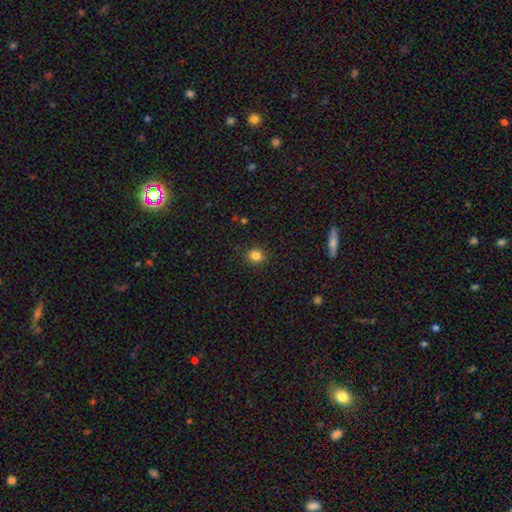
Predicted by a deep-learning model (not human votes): Smooth or featured? Predicted: smooth (p=0.83). How rounded? Predicted: round (p=0.87). Merging? Predicted: none (p=0.91).